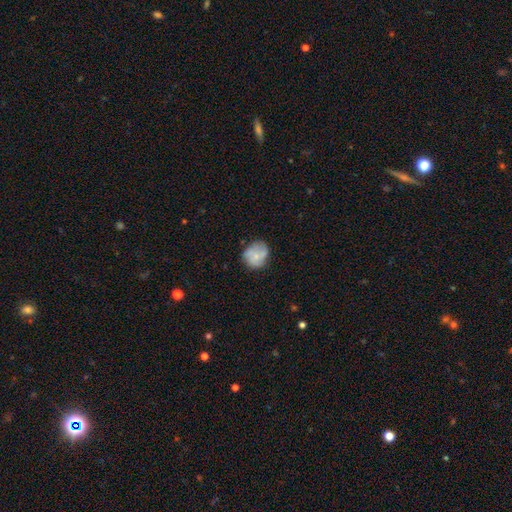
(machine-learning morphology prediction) This is possibly a smooth galaxy (56%). How rounded: likely round (72%). Merging: likely none (65%).